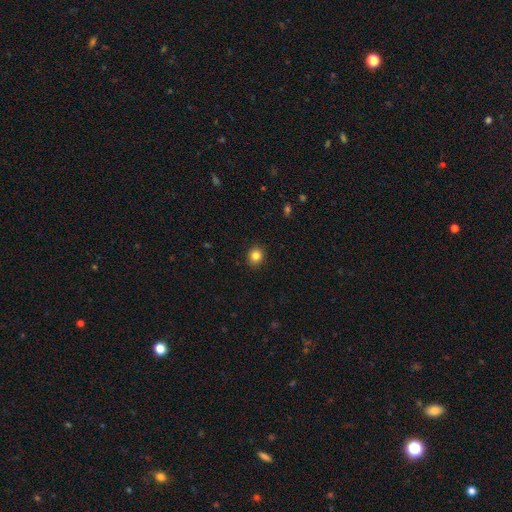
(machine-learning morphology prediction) Smooth or featured: smooth — 84% (star or artifact — 11%)
How rounded: round — 79% (in between — 20%)
Merging: none — 91% (minor disturbance — 6%)